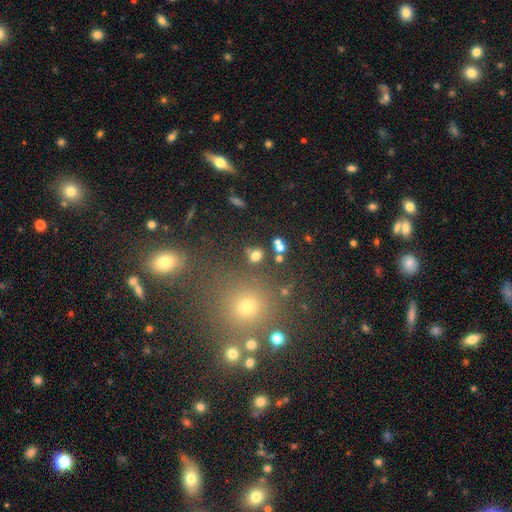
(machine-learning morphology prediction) Q: Smooth or featured?
A: smooth (73%); runner-up: star or artifact (19%)
Q: How rounded?
A: round (60%); runner-up: in between (38%)
Q: Merging?
A: none (72%); runner-up: merger (13%)